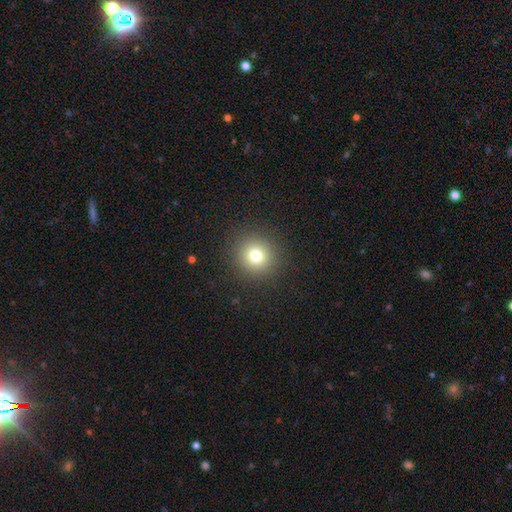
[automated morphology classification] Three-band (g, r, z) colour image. It shows a smooth galaxy with no disk features (76%) that is round (94%). Merging: none (91%).